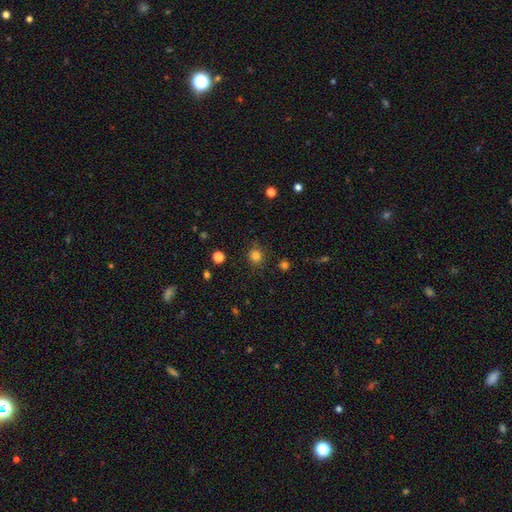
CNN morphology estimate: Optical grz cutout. It shows a smooth galaxy with no disk features (82%) that is round (88%). Merging: none (86%).